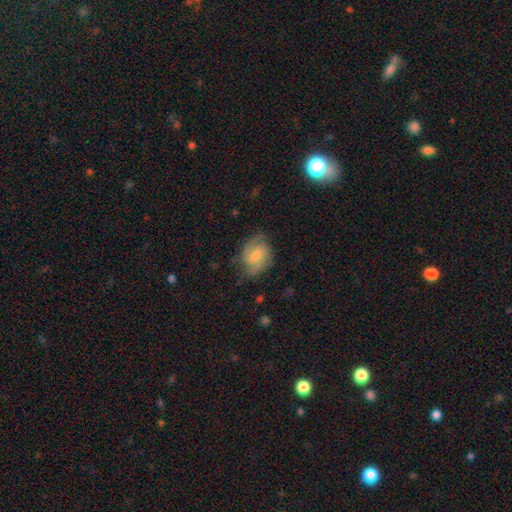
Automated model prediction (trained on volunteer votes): Q: Smooth or featured?
A: featured or disk (66%); runner-up: smooth (28%)
Q: Edge-on disk?
A: no (97%); runner-up: yes (3%)
Q: Bar?
A: weak (49%); runner-up: no (39%)
Q: Spiral arms?
A: yes (92%); runner-up: no (8%)
Q: Spiral winding?
A: medium (50%); runner-up: tight (27%)
Q: Spiral arm count?
A: 2 (78%); runner-up: can't tell (10%)
Q: Bulge size?
A: small (51%); runner-up: moderate (38%)
Q: Merging?
A: none (67%); runner-up: minor disturbance (23%)